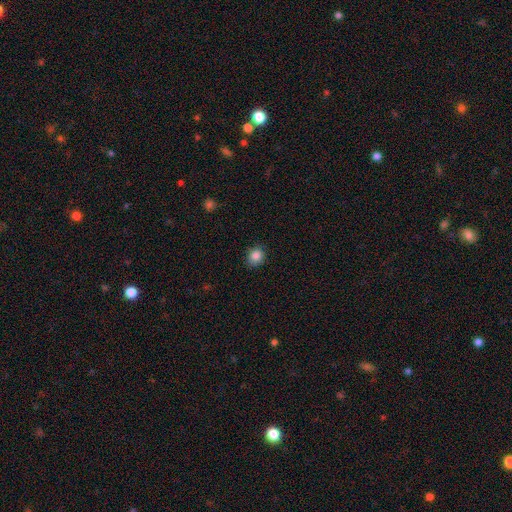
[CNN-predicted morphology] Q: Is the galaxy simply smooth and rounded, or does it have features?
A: smooth — 85%.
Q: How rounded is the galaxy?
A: round — 71%.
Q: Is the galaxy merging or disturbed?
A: none — 85%.